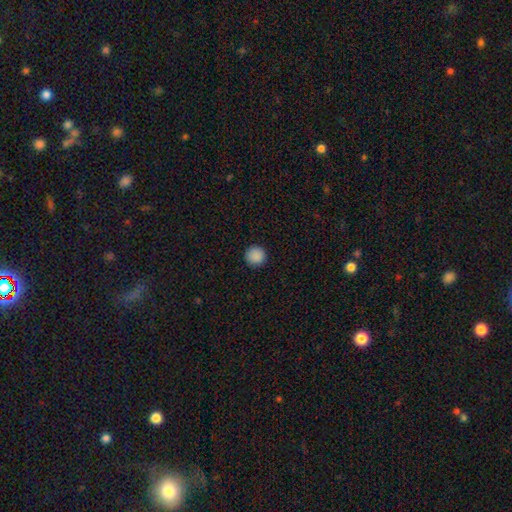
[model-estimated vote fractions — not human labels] The model was most divided on "smooth or featured": smooth: 89%, star or artifact: 9%, featured or disk: 2%. More confident: how rounded — round (96%); merging — none (93%).